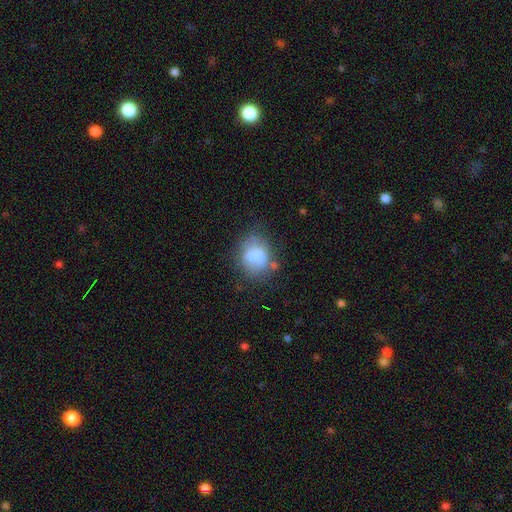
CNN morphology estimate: smooth-or-featured: smooth: 68% | featured or disk: 22% | star or artifact: 10%
  how-rounded: round: 64% | in between: 35% | cigar-shaped: 1%
  merging: none: 48% | minor disturbance: 26% | major disturbance: 15% | merger: 12%